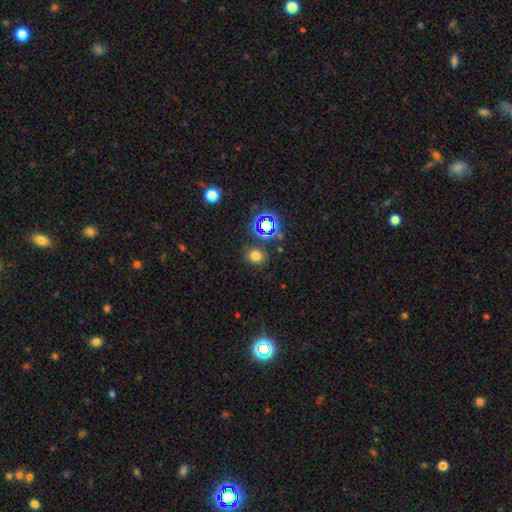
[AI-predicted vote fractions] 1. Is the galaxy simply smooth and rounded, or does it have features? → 68% smooth, 24% star or artifact, 8% featured or disk.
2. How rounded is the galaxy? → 71% round, 28% in between, 1% cigar-shaped.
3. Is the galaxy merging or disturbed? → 82% none, 10% minor disturbance, 5% merger, 4% major disturbance.